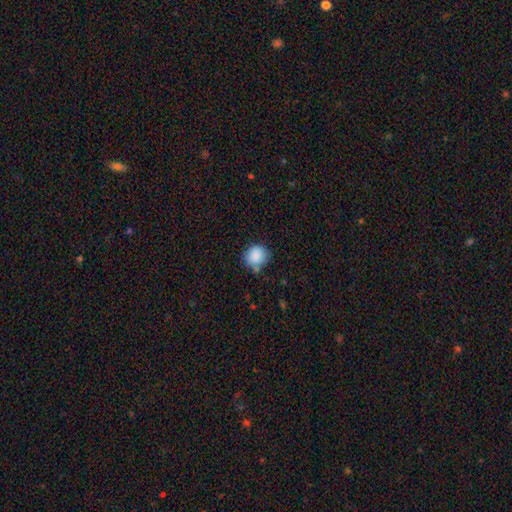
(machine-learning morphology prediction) Smooth or featured? Predicted: smooth (p=0.87). How rounded? Predicted: round (p=0.78). Merging? Predicted: none (p=0.72).